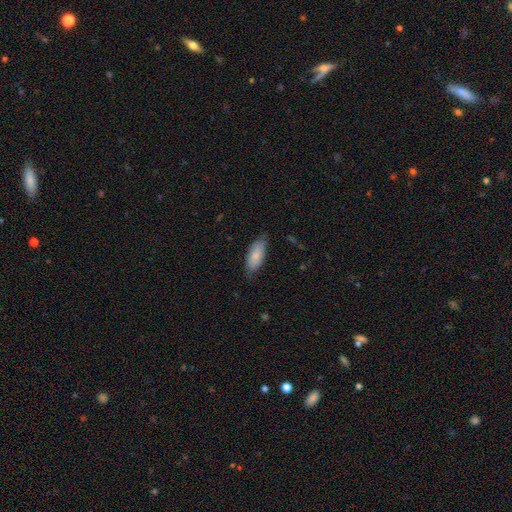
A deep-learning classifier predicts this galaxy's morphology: A smooth galaxy with no disk features (83%) that is in between round and cigar-shaped (83%).

Vote fractions:
- Smooth or featured? smooth: 83% / featured or disk: 11% / star or artifact: 6%
- How rounded? in between: 83% / cigar-shaped: 15% / round: 2%
- Merging? none: 73% / minor disturbance: 22% / major disturbance: 3% / merger: 1%